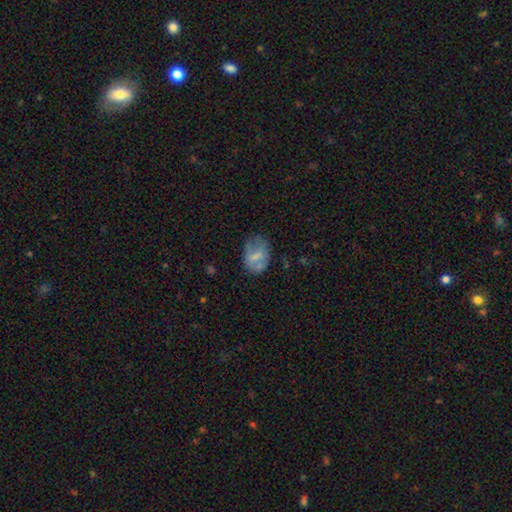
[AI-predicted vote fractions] Smooth or featured?
  - smooth: 57% *
  - featured or disk: 34%
  - star or artifact: 9%
How rounded?
  - in between: 75% *
  - round: 23%
  - cigar-shaped: 1%
Merging?
  - none: 51% *
  - minor disturbance: 30%
  - major disturbance: 16%
  - merger: 3%